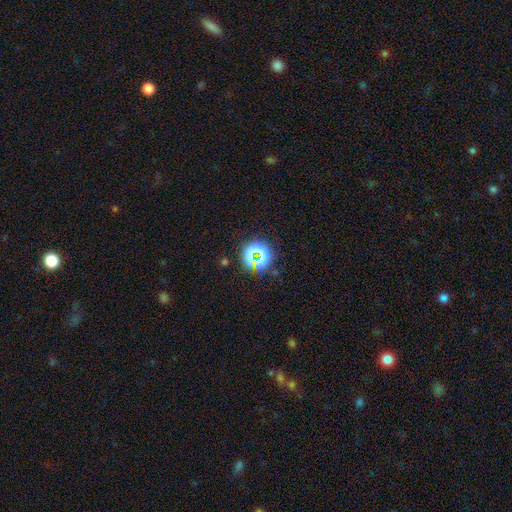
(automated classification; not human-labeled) Smooth or featured? Predicted: star or artifact (p=0.70).